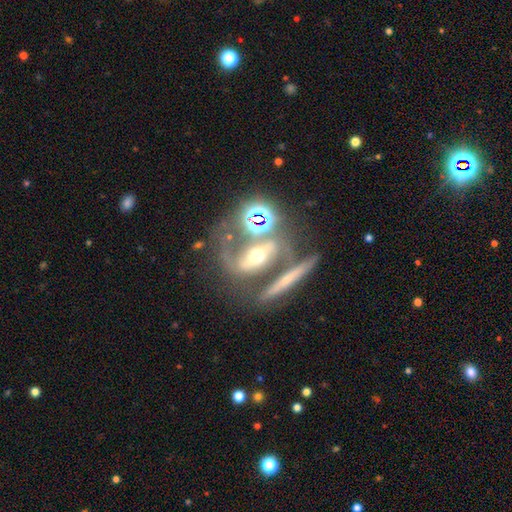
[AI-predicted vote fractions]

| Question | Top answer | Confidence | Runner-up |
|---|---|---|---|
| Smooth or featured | featured or disk | 69% | smooth (16%) |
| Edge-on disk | no | 72% | yes (28%) |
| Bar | strong | 41% | no (33%) |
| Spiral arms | yes | 68% | no (32%) |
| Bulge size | moderate | 67% | small (18%) |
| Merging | none | 47% | merger (27%) |